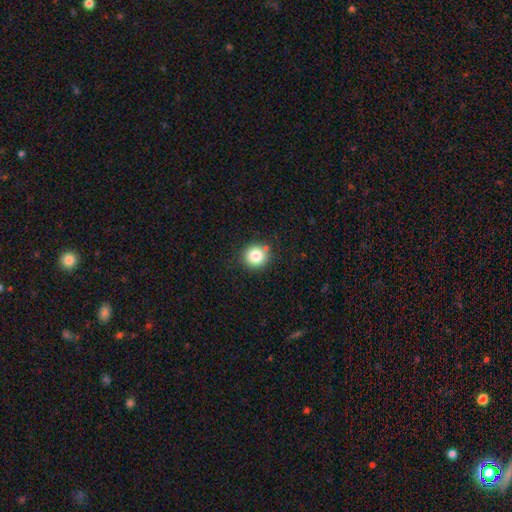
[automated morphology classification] Smooth or featured: smooth — 83% (star or artifact — 11%)
How rounded: round — 93% (in between — 7%)
Merging: none — 87% (minor disturbance — 9%)